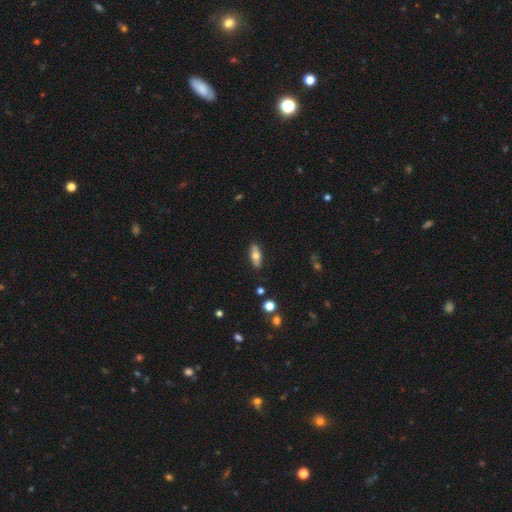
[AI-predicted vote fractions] This is likely a smooth galaxy (63%). How rounded: likely in between (68%). Merging: clearly none (85%).